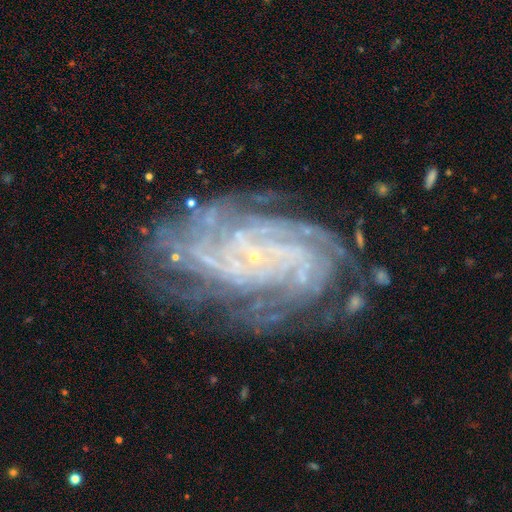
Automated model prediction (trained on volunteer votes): Smooth or featured?
  - featured or disk: 89% *
  - star or artifact: 7%
  - smooth: 5%
Edge-on disk?
  - no: 97% *
  - yes: 3%
Bar?
  - no: 66% *
  - weak: 24%
  - strong: 10%
Spiral arms?
  - yes: 98% *
  - no: 2%
Spiral winding?
  - tight: 73% *
  - medium: 22%
  - loose: 4%
Spiral arm count?
  - 4: 25% *
  - more than 4: 24%
  - can't tell: 20%
  - 3: 12%
  - 2: 10%
  - 1: 8%
Bulge size?
  - small: 85% *
  - none: 7%
  - moderate: 6%
  - large: 1%
  - dominant: 1%
Merging?
  - none: 73% *
  - minor disturbance: 17%
  - major disturbance: 8%
  - merger: 2%